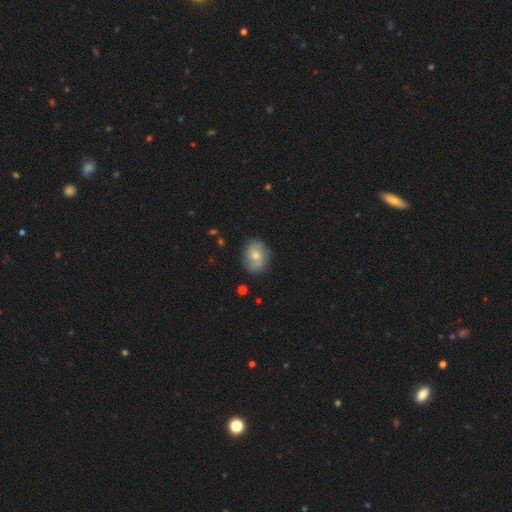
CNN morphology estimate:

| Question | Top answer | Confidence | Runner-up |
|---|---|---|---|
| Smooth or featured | smooth | 49% | featured or disk (43%) |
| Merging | none | 81% | minor disturbance (14%) |